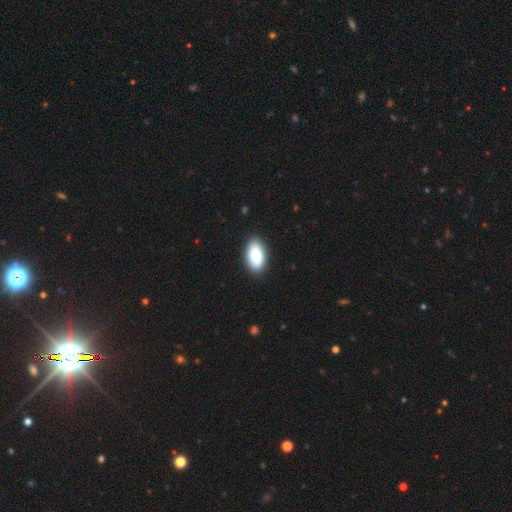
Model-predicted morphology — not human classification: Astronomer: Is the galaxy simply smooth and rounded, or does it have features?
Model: smooth — 89%.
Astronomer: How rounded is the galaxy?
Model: in between — 95%.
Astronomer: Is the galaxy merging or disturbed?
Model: none — 88%.